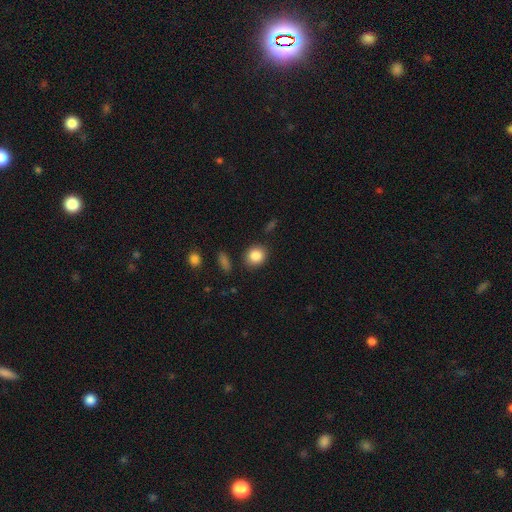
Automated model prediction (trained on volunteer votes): Q: Smooth or featured?
A: smooth (86%); runner-up: star or artifact (9%)
Q: How rounded?
A: round (74%); runner-up: in between (25%)
Q: Merging?
A: none (86%); runner-up: minor disturbance (9%)